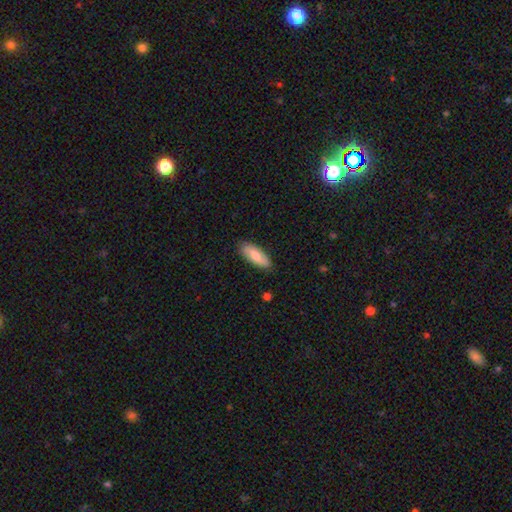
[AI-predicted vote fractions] Smooth or featured? smooth (73%)
How rounded? in between (76%)
Merging? none (85%)